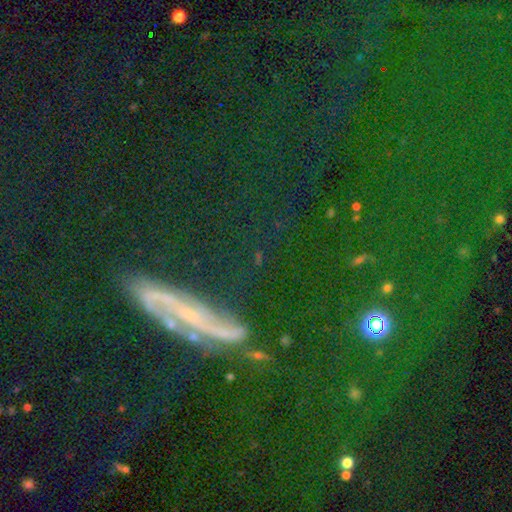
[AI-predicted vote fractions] The model was most divided on "smooth or featured": star or artifact: 52%, smooth: 28%, featured or disk: 20%.